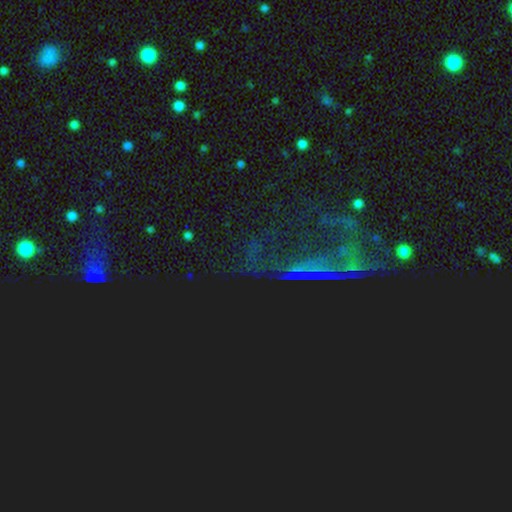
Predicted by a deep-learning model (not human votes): The model was most divided on "smooth or featured": star or artifact: 58%, featured or disk: 26%, smooth: 16%.